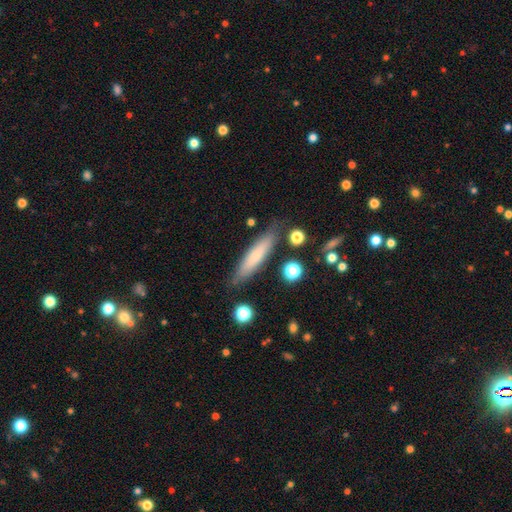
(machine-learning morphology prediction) Smooth or featured?
  - smooth: 69% *
  - featured or disk: 24%
  - star or artifact: 7%
How rounded?
  - cigar-shaped: 84% *
  - in between: 15%
  - round: 1%
Merging?
  - none: 82% *
  - minor disturbance: 12%
  - merger: 3%
  - major disturbance: 3%